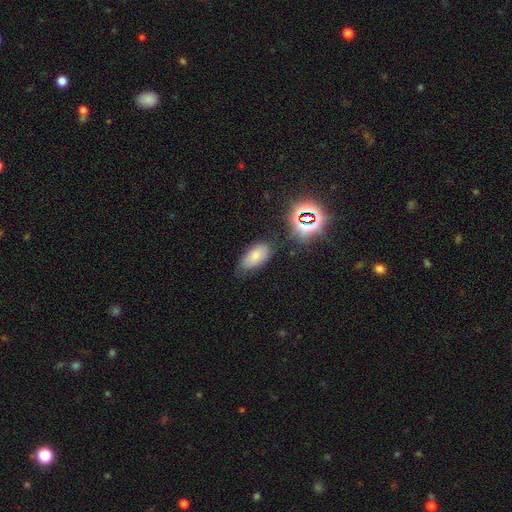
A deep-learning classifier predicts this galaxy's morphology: Smooth or featured? Predicted: smooth (p=0.72). How rounded? Predicted: in between (p=0.92). Merging? Predicted: none (p=0.70).